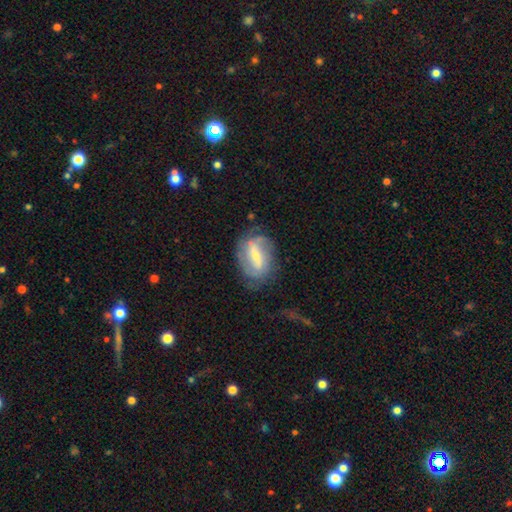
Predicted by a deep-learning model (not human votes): Smooth or featured? Predicted: featured or disk (p=0.71). Edge-on disk? Predicted: no (p=0.92). Bar? Predicted: strong (p=0.51). Spiral arms? Predicted: yes (p=0.77). Spiral winding? Predicted: medium (p=0.39). Spiral arm count? Predicted: 2 (p=0.59). Bulge size? Predicted: small (p=0.53). Merging? Predicted: none (p=0.62).